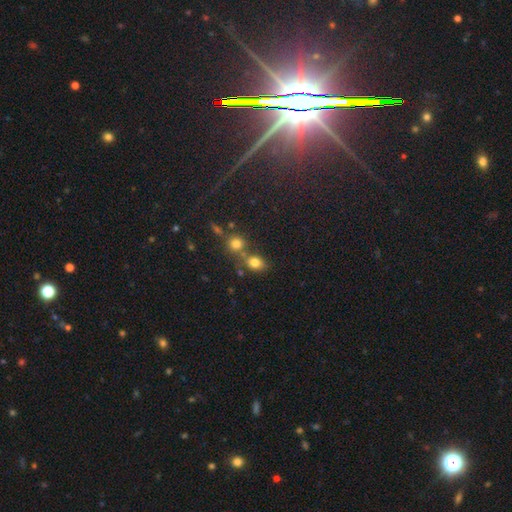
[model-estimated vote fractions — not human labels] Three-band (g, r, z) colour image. It shows a smooth galaxy with no disk features (78%) that is in between round and cigar-shaped (55%). Merging: none (52%).